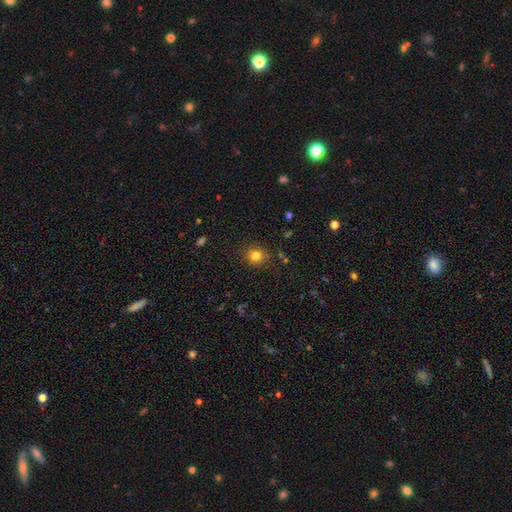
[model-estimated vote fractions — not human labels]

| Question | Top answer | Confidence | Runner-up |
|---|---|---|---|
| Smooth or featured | smooth | 81% | star or artifact (13%) |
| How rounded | round | 79% | in between (20%) |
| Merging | none | 85% | minor disturbance (10%) |